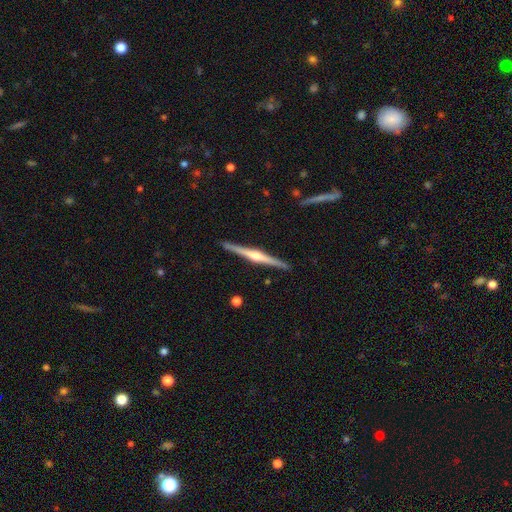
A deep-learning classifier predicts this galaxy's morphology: This is clearly a featured or disk galaxy (83%). It is clearly viewed edge-on (99%). Edge-on bulge: clearly rounded (89%). Merging: clearly none (92%).